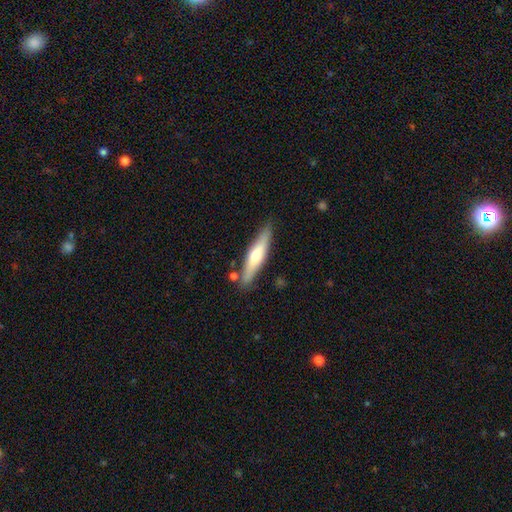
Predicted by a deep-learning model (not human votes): This is possibly a smooth galaxy (50%). Merging: clearly none (83%).